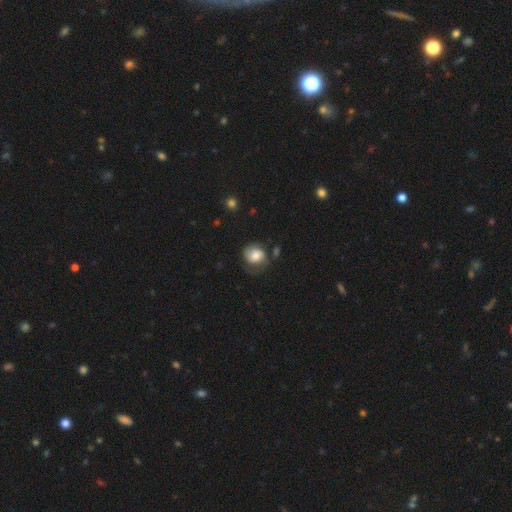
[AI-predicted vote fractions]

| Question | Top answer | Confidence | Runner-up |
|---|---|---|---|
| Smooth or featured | smooth | 67% | featured or disk (26%) |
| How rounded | round | 71% | in between (28%) |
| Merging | none | 50% | minor disturbance (29%) |